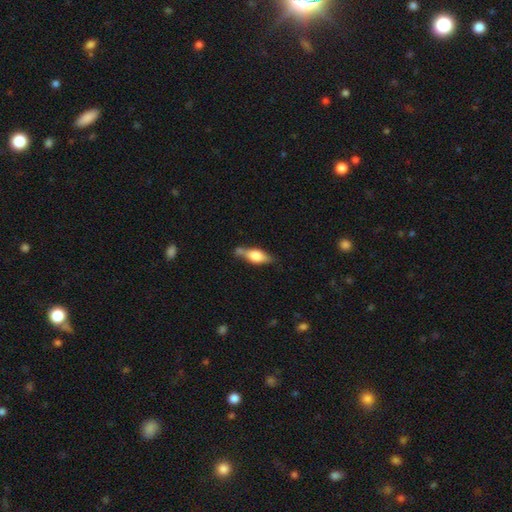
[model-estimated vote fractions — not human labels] The model was most divided on "smooth or featured": smooth: 60%, featured or disk: 33%, star or artifact: 7%. More confident: how rounded — in between (69%); merging — none (53%).